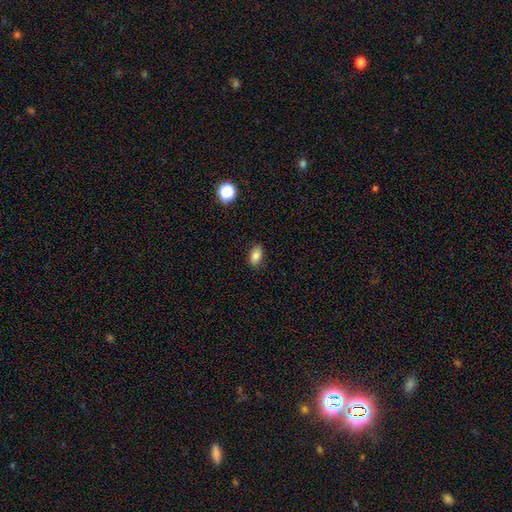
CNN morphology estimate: The model was most divided on "smooth or featured": smooth: 82%, star or artifact: 9%, featured or disk: 8%. More confident: how rounded — in between (90%); merging — none (86%).